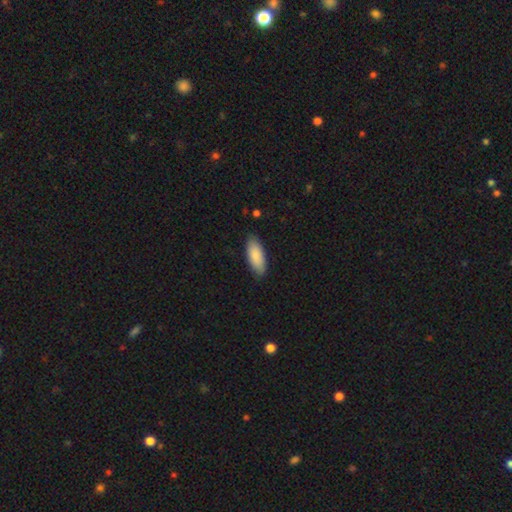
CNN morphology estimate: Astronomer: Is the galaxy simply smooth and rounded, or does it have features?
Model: smooth — 87%.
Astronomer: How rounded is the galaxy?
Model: in between — 80%.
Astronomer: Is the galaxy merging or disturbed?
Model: none — 84%.